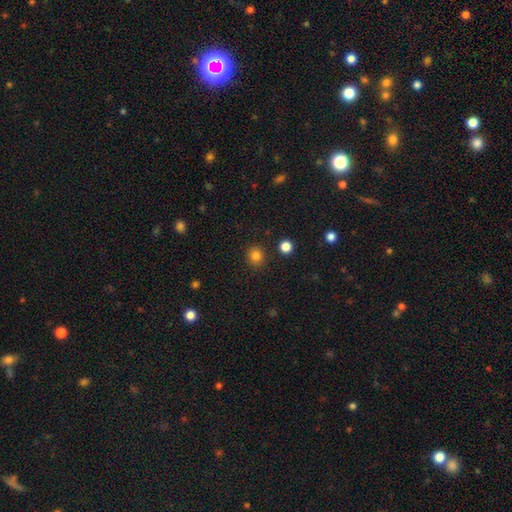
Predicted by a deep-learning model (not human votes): The model was most divided on "smooth or featured": smooth: 83%, star or artifact: 13%, featured or disk: 4%. More confident: merging — none (89%); how rounded — round (87%).